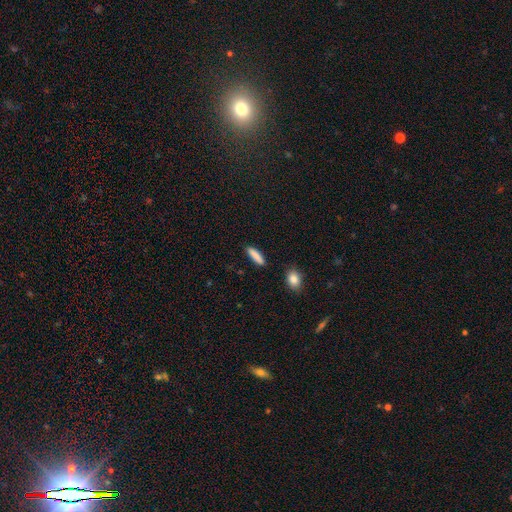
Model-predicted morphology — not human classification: smooth_or_featured: smooth (p=0.86) [alt: featured or disk p=0.08]
how_rounded: cigar-shaped (p=0.76) [alt: in between p=0.23]
merging: none (p=0.87) [alt: minor disturbance p=0.08]